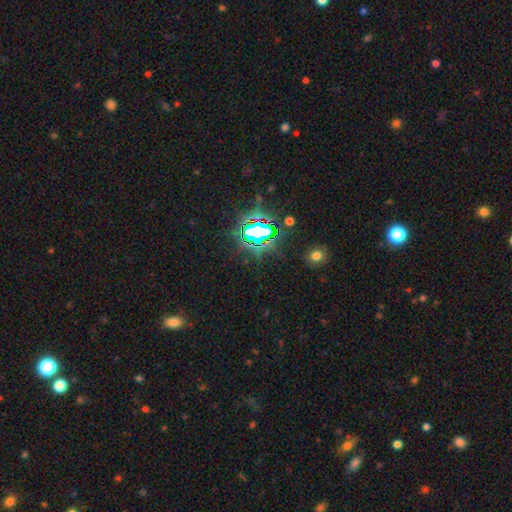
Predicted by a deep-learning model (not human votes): star or artifact 80%, smooth 13%, featured or disk 7%.